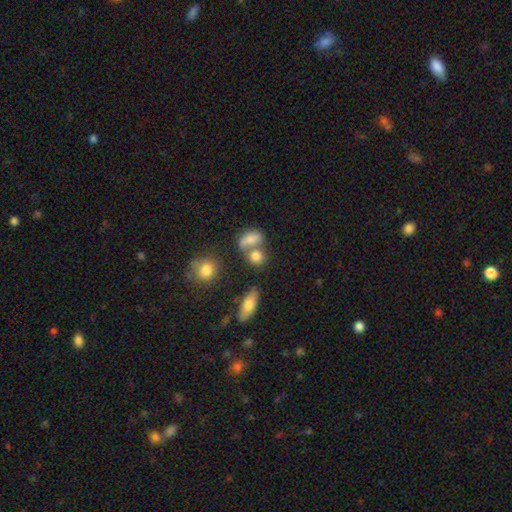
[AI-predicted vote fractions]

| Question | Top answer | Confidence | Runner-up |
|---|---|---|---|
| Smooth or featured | smooth | 77% | featured or disk (12%) |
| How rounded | round | 50% | in between (46%) |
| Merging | none | 43% | merger (40%) |